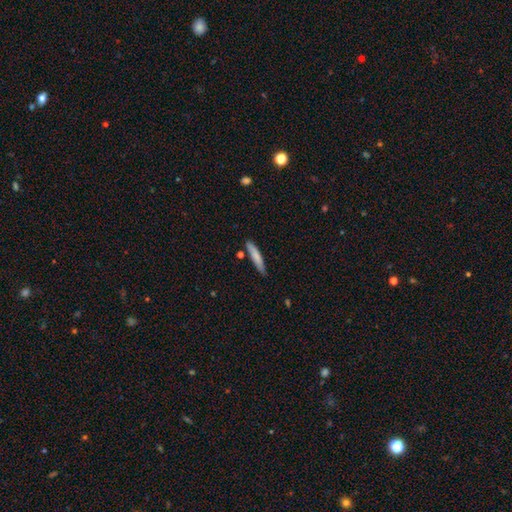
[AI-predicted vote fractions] A smooth galaxy with no disk features (77%) that is cigar-shaped (89%). Merging: none (79%).